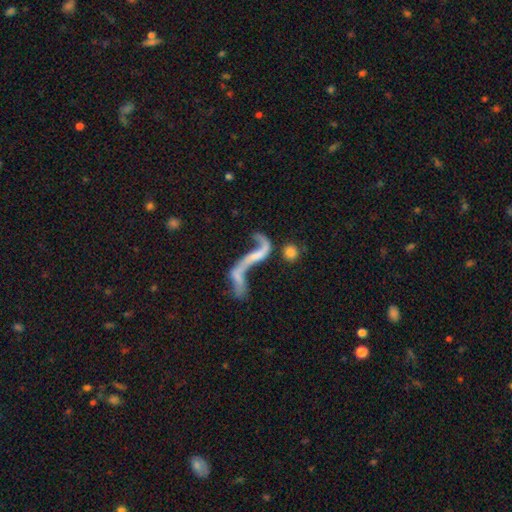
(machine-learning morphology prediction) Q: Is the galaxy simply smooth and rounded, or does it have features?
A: featured or disk — 70%.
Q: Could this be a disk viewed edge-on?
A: no — 88%.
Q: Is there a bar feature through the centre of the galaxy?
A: no — 58%.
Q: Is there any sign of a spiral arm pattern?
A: yes — 64%.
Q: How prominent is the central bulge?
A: none — 49%.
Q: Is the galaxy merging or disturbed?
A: merger — 43%.